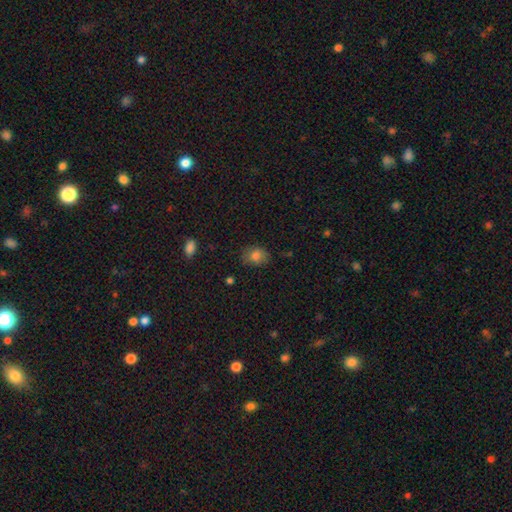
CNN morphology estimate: This appears to be a smooth galaxy with no disk features (80%) that is in between round and cigar-shaped (58%). Merging: none (75%).